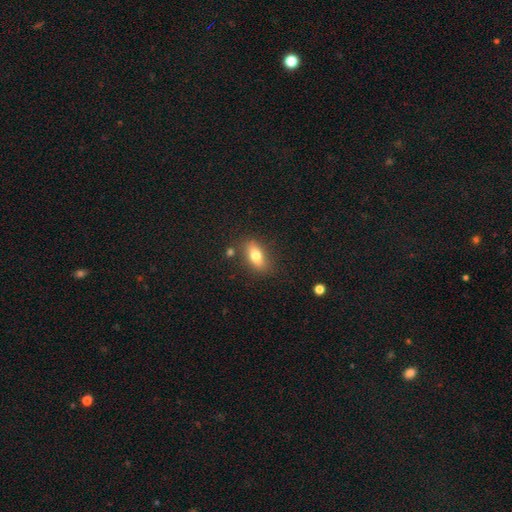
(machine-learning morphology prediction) Smooth or featured: smooth — 74% (featured or disk — 17%)
How rounded: in between — 81% (cigar-shaped — 11%)
Merging: none — 80% (minor disturbance — 12%)